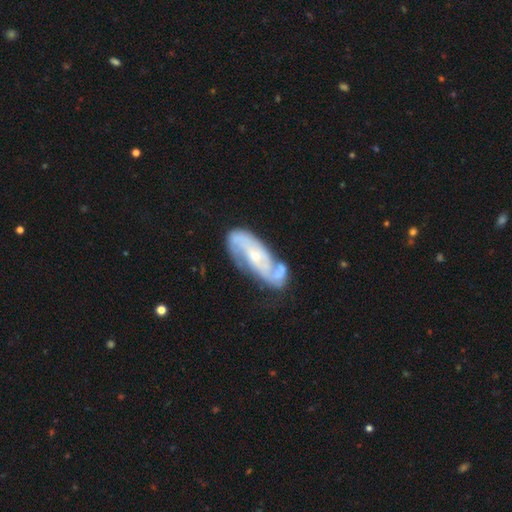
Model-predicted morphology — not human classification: Overall: featured or disk (84%). Edge-on disk: no (93%). Bar: no (57%; weak 31%). Spiral arms: yes (95%). Spiral arm count: 2 (70%). Spiral winding: tight (43%, tied with medium). Bulge size: small (62%; moderate 34%). Merging: none (59%; minor disturbance 21%).